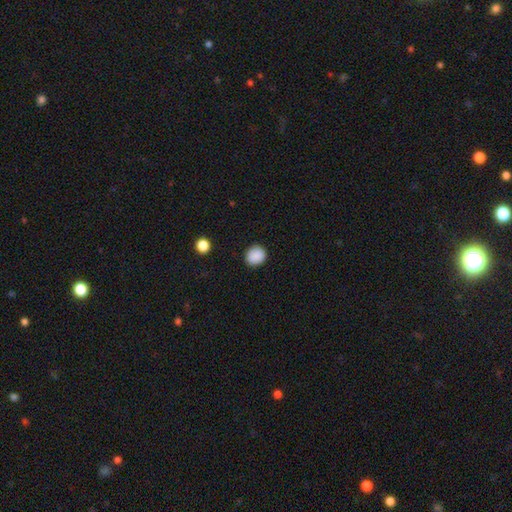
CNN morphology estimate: Q: Smooth or featured?
A: smooth (89%); runner-up: star or artifact (9%)
Q: How rounded?
A: round (86%); runner-up: in between (13%)
Q: Merging?
A: none (90%); runner-up: minor disturbance (7%)